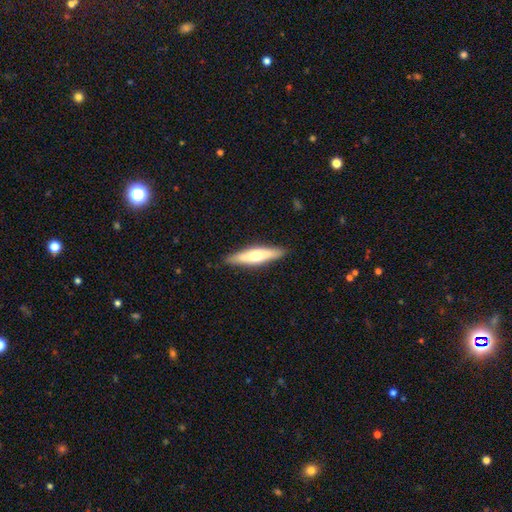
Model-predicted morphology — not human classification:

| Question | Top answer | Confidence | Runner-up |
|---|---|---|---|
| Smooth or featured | smooth | 52% | featured or disk (43%) |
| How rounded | cigar-shaped | 74% | in between (24%) |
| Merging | none | 88% | minor disturbance (9%) |